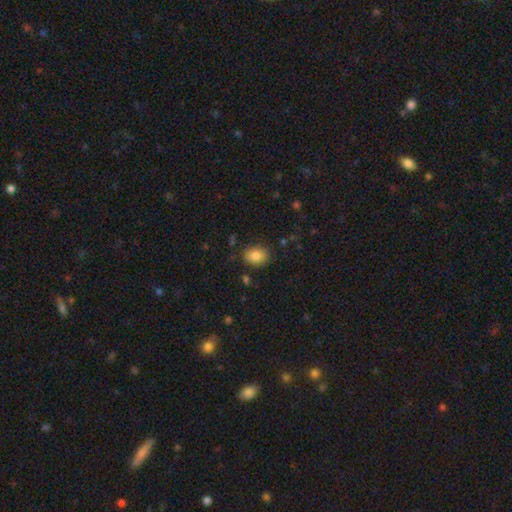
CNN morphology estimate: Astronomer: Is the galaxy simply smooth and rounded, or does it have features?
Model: smooth — 84%.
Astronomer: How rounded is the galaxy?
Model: in between — 62% (runner-up: round, 37%).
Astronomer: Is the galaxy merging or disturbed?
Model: none — 83%.